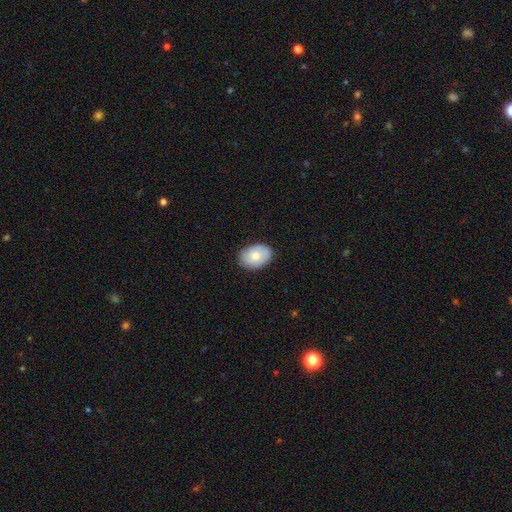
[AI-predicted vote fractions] Morphology: type=smooth (67%); roundness=in between (77%); merging=none (83%).